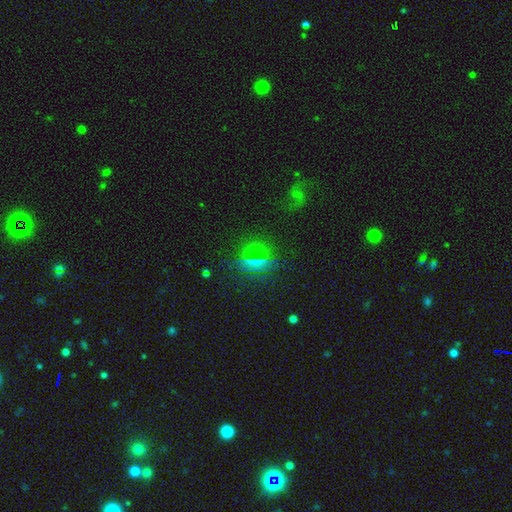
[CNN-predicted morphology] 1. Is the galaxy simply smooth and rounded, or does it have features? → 56% smooth, 34% star or artifact, 10% featured or disk.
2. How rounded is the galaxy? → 73% round, 23% in between, 4% cigar-shaped.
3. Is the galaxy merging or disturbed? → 79% none, 12% minor disturbance, 5% major disturbance, 4% merger.